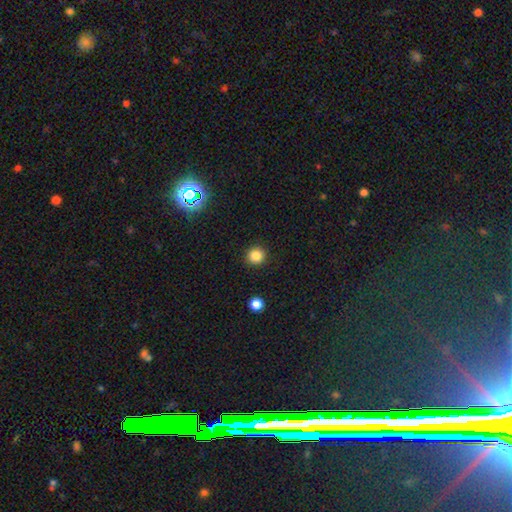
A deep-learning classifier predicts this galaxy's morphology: Smooth or featured? smooth (84%)
How rounded? round (94%)
Merging? none (92%)